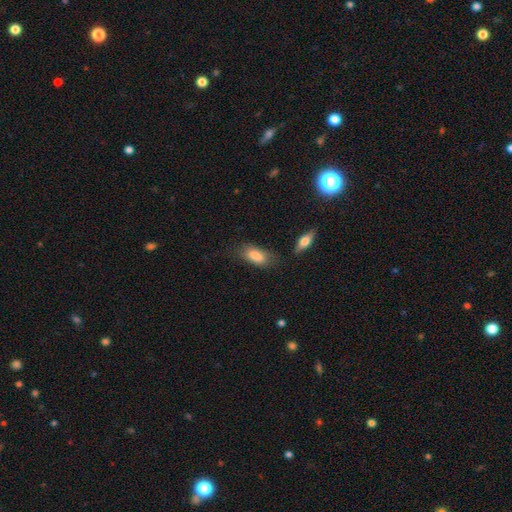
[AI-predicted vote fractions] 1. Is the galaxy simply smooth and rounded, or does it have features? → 82% smooth, 11% featured or disk, 7% star or artifact.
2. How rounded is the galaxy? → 85% in between, 12% cigar-shaped, 3% round.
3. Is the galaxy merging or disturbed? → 68% none, 20% minor disturbance, 6% merger, 6% major disturbance.